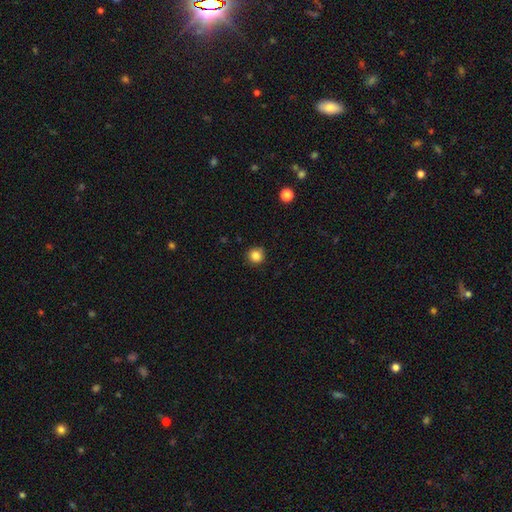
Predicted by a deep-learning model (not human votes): The model was most divided on "smooth or featured": smooth: 84%, star or artifact: 12%, featured or disk: 5%. More confident: how rounded — round (94%); merging — none (91%).